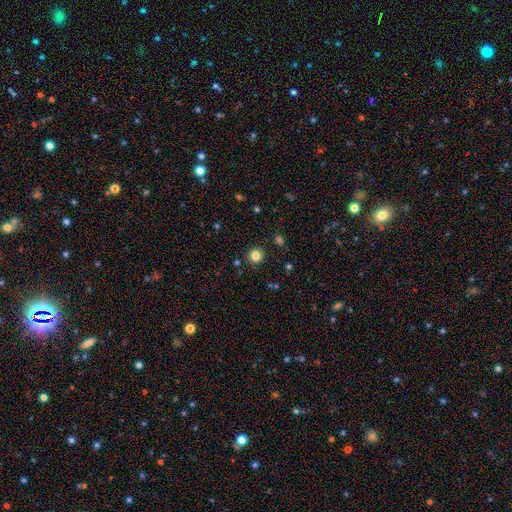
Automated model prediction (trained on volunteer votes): Smooth or featured? smooth (82%)
How rounded? round (93%)
Merging? none (90%)